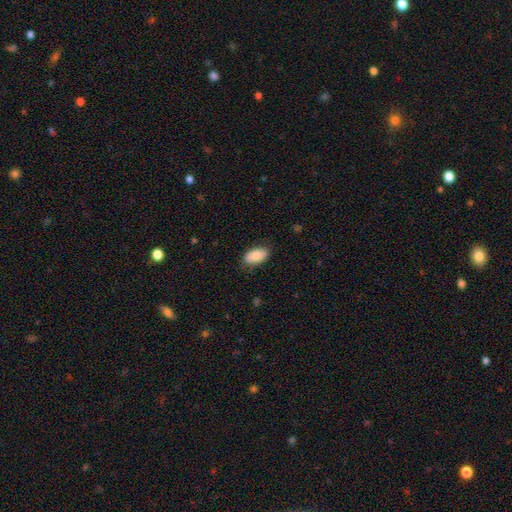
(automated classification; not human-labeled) Smooth or featured? smooth (84%)
How rounded? in between (94%)
Merging? none (81%)